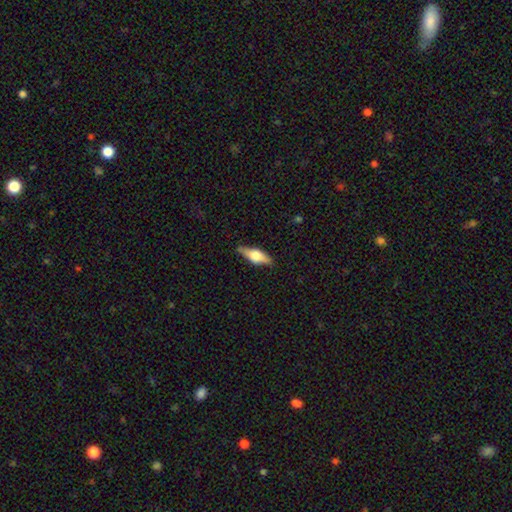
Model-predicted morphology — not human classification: This appears to be a smooth galaxy with no disk features (47%). Merging: none (82%).